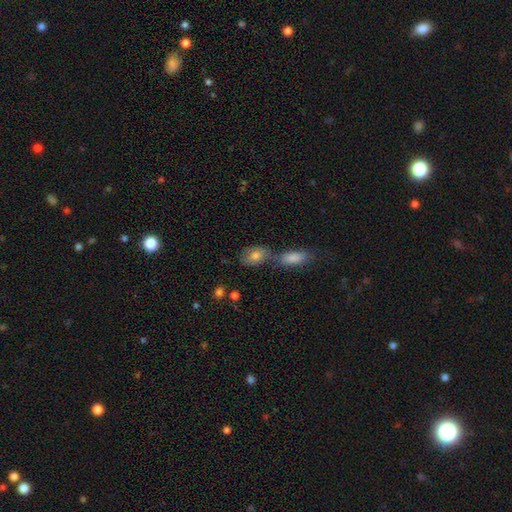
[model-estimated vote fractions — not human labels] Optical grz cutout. It shows a smooth galaxy with no disk features (70%) that is in between round and cigar-shaped (84%). Merging: none (42%).